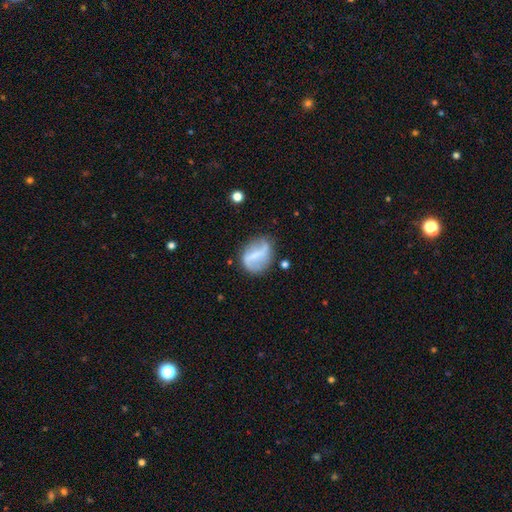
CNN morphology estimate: This is likely a featured or disk galaxy (65%). It is clearly not viewed edge-on (96%). Bar: possibly strong (50%). Spiral arm pattern: likely yes (71%). Central bulge: possibly none (45%). Merging: likely none (64%).